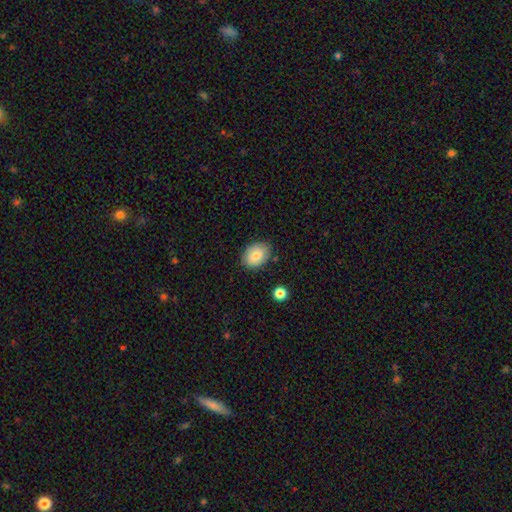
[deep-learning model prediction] smooth 80%, featured or disk 12%, star or artifact 8%. Down the decision tree: how rounded — in between (63%); merging — none (80%).